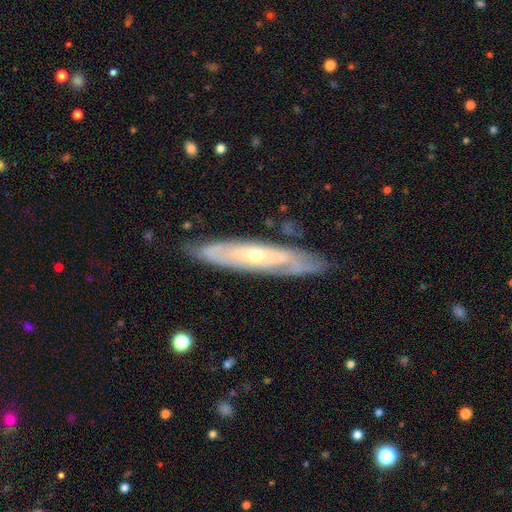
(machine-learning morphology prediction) Smooth or featured?
  - featured or disk: 73% *
  - smooth: 21%
  - star or artifact: 6%
Edge-on disk?
  - no: 55% *
  - yes: 45%
Merging?
  - none: 80% *
  - minor disturbance: 15%
  - major disturbance: 4%
  - merger: 2%